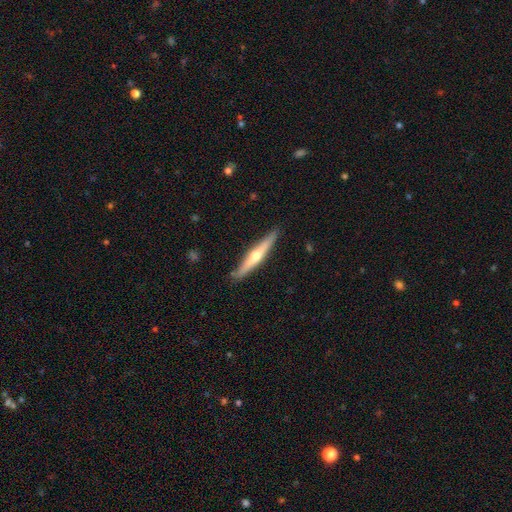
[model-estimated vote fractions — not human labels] Overall: featured or disk (64%; smooth 31%). Edge-on disk: yes (96%). Edge-on bulge: rounded (91%). Merging: none (90%).